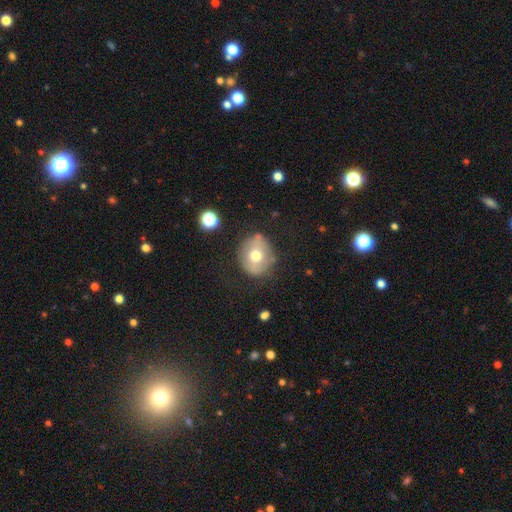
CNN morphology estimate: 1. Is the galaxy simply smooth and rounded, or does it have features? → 61% smooth, 30% featured or disk, 9% star or artifact.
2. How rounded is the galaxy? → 79% round, 20% in between, 1% cigar-shaped.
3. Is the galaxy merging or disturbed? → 74% none, 17% minor disturbance, 6% major disturbance, 3% merger.